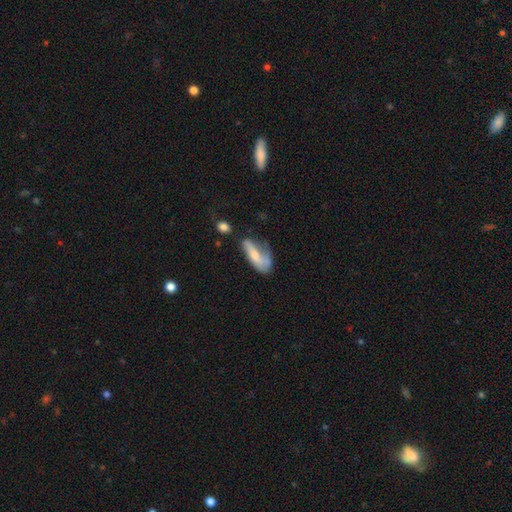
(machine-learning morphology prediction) Overall: smooth (51%; featured or disk 41%). How rounded: in between (70%). Merging: none (32%; minor disturbance 30%).